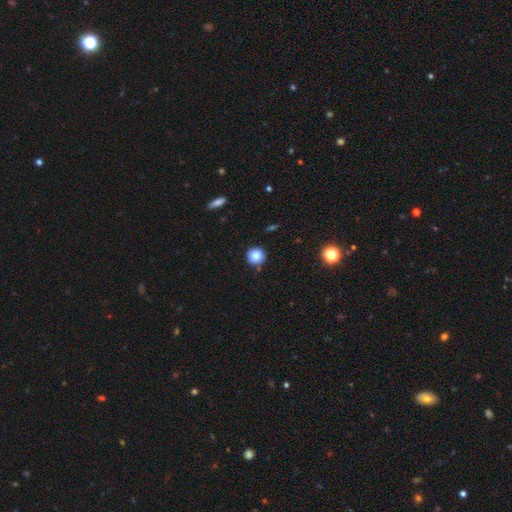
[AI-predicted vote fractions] Smooth or featured? Predicted: smooth (p=0.85). How rounded? Predicted: round (p=0.93). Merging? Predicted: none (p=0.86).